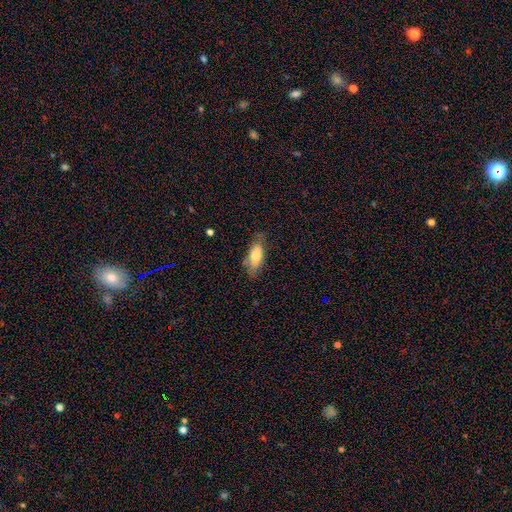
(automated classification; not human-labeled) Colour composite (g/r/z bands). It shows a smooth galaxy with no disk features (71%) that is in between round and cigar-shaped (78%). Merging: none (69%).